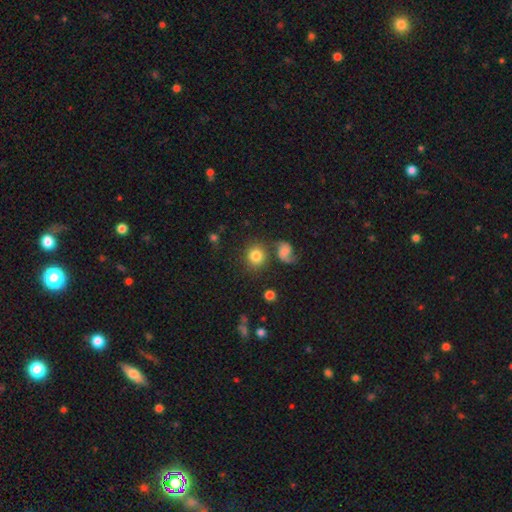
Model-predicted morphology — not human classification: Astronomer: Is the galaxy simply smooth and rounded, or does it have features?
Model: smooth — 77%.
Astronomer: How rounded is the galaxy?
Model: round — 86%.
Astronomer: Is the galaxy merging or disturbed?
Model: none — 69%.